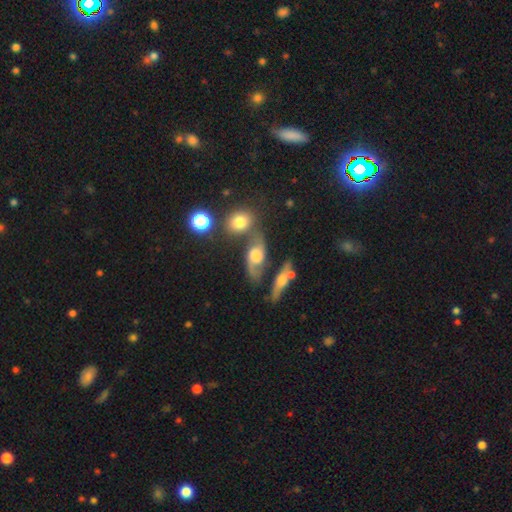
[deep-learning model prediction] Smooth or featured?
  - featured or disk: 62% *
  - smooth: 28%
  - star or artifact: 10%
Edge-on disk?
  - no: 83% *
  - yes: 17%
Bar?
  - no: 62% *
  - weak: 31%
  - strong: 7%
Spiral arms?
  - yes: 83% *
  - no: 17%
Bulge size?
  - moderate: 44% *
  - large: 39%
  - small: 9%
  - none: 5%
  - dominant: 3%
Merging?
  - none: 49% *
  - merger: 25%
  - minor disturbance: 17%
  - major disturbance: 10%